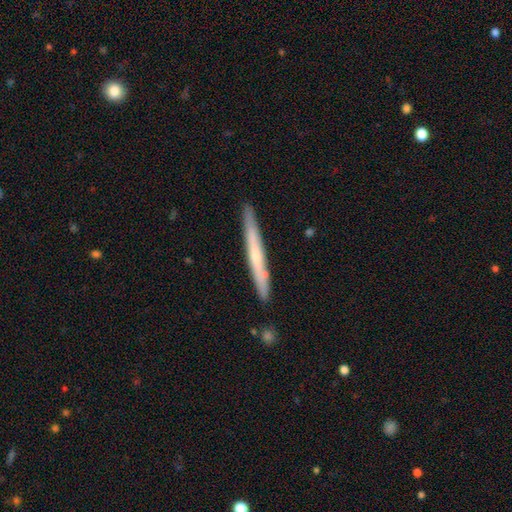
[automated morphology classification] This appears to be a featured or disk galaxy (56%) viewed edge-on (95%) with no central bulge (57%). Merging: none (89%).